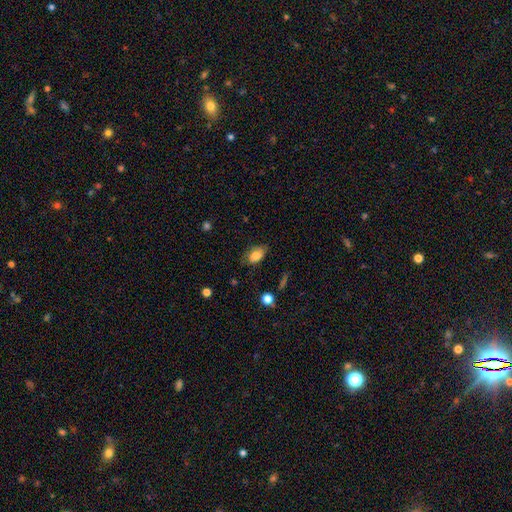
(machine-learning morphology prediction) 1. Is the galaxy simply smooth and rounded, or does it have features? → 81% smooth, 11% featured or disk, 8% star or artifact.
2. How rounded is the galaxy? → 90% in between, 8% round, 2% cigar-shaped.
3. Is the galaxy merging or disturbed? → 71% none, 22% minor disturbance, 5% major disturbance, 2% merger.